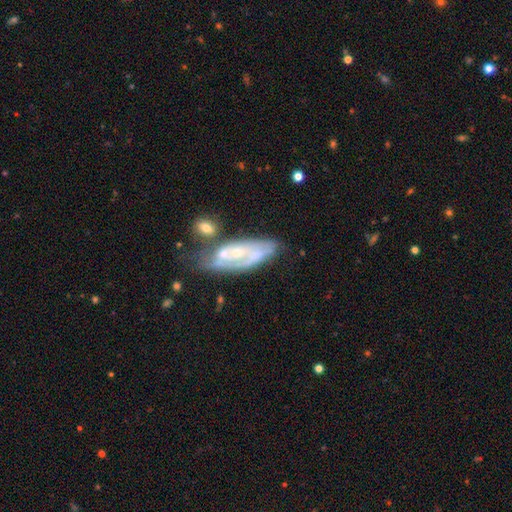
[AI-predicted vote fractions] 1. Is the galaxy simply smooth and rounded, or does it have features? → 66% featured or disk, 27% smooth, 7% star or artifact.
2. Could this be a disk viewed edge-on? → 90% no, 10% yes.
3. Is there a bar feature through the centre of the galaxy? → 75% no, 20% weak, 5% strong.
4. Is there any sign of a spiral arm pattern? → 61% yes, 39% no.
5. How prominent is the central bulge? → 57% small, 34% moderate, 5% none, 3% large, 1% dominant.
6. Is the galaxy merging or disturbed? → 32% none, 29% merger, 21% minor disturbance, 17% major disturbance.